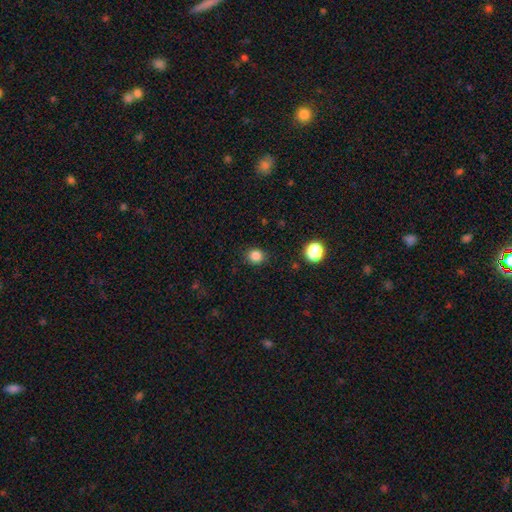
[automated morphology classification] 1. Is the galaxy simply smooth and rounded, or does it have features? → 84% smooth, 12% star or artifact, 3% featured or disk.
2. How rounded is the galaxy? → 81% round, 18% in between, 1% cigar-shaped.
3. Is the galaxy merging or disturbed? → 88% none, 8% minor disturbance, 3% major disturbance, 1% merger.